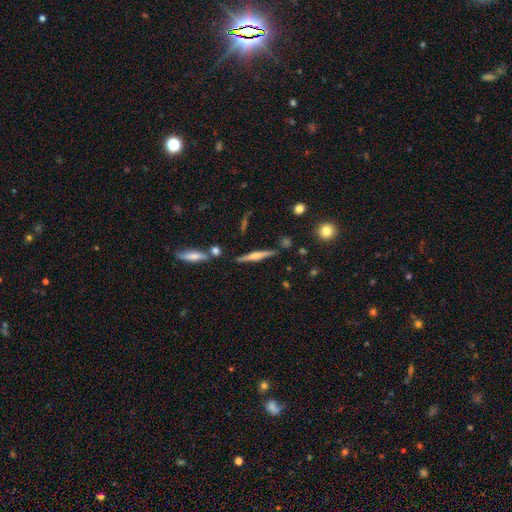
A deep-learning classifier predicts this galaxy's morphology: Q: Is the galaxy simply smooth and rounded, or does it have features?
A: featured or disk — 66%.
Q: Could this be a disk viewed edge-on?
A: yes — 97%.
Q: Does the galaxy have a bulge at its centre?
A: rounded — 78%.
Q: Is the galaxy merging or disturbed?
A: none — 84%.